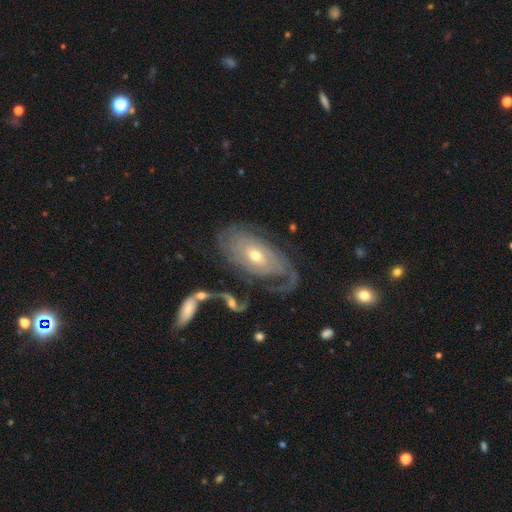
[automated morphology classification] The model was most divided on "spiral arm count": can't tell: 38%, 2: 30%, 1: 11%, 3: 10%, 4: 6%, more than 4: 5%. More confident: edge-on disk — no (93%); spiral arms — yes (89%); smooth or featured — featured or disk (82%); bar — no (64%); spiral winding — tight (59%); merging — none (54%); bulge size — moderate (53%).